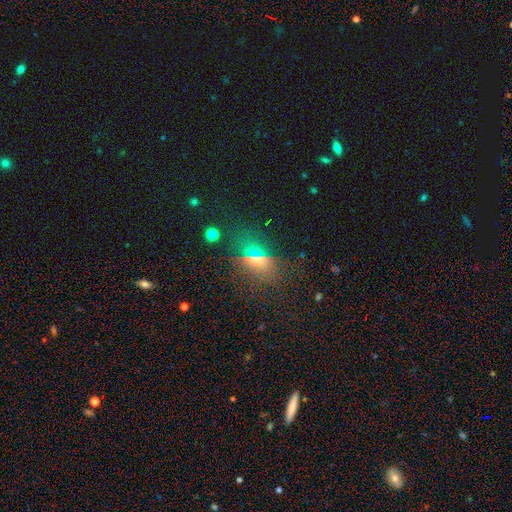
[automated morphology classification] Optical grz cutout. It shows a smooth galaxy with no disk features (51%) that is in between round and cigar-shaped (68%). Merging: none (75%).